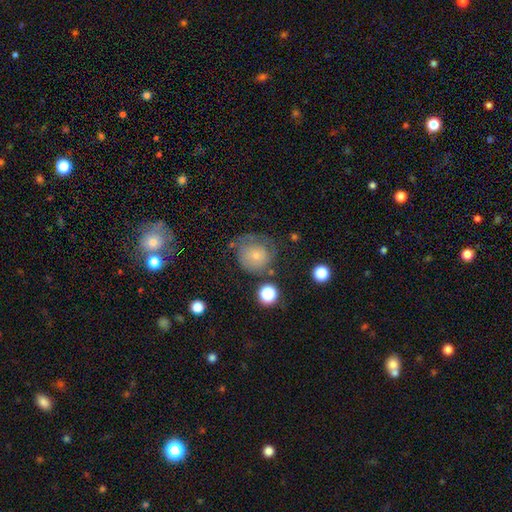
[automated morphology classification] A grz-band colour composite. It shows a smooth galaxy with no disk features (61%) that is round (86%). Merging: none (50%).